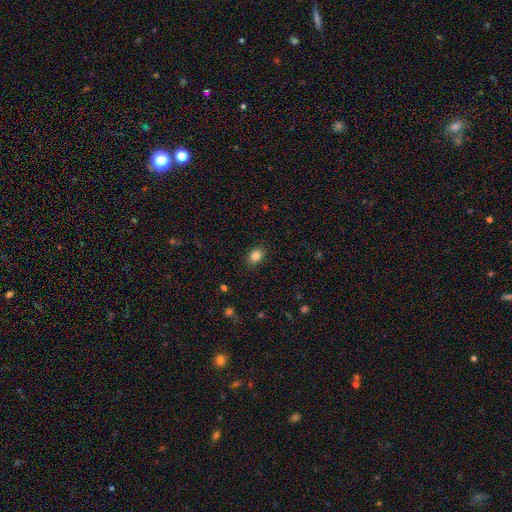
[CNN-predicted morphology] smooth_or_featured: smooth (p=0.84) [alt: star or artifact p=0.10]
how_rounded: in between (p=0.57) [alt: round p=0.42]
merging: none (p=0.90) [alt: minor disturbance p=0.08]